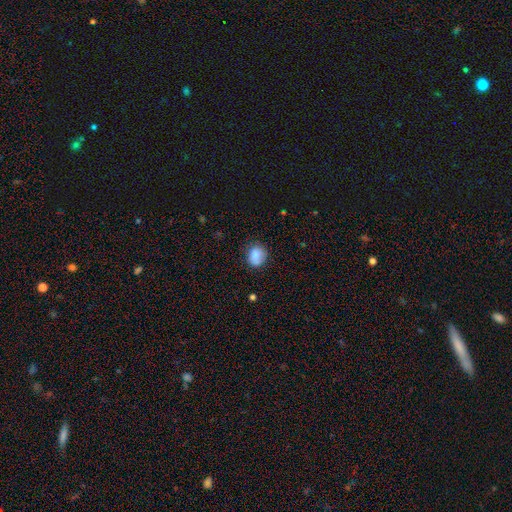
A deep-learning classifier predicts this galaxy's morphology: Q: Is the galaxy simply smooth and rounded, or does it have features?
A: smooth — 84%.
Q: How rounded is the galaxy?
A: round — 65%.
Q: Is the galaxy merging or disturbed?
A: none — 70%.